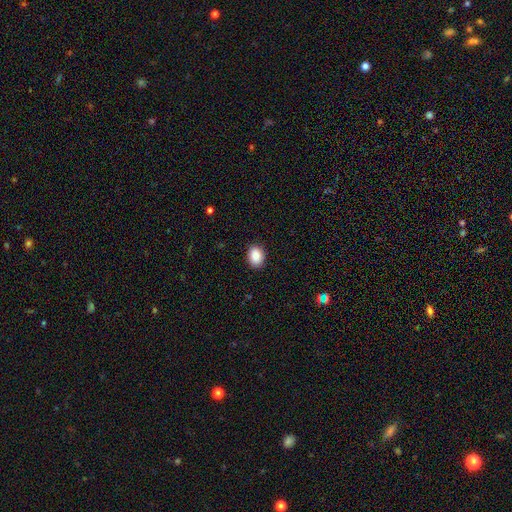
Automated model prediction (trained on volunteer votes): Smooth or featured? Predicted: smooth (p=0.88). How rounded? Predicted: in between (p=0.62). Merging? Predicted: none (p=0.90).